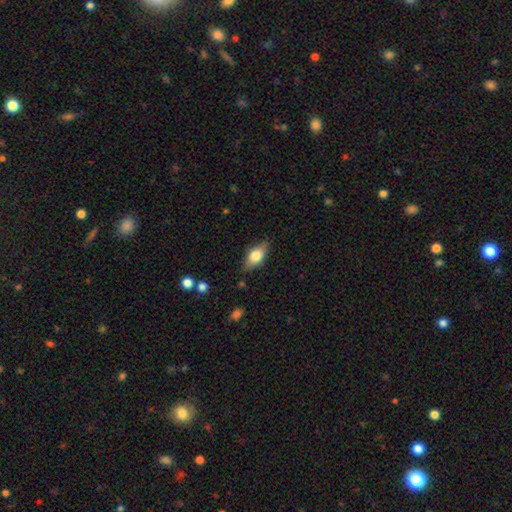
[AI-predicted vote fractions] smooth-or-featured: smooth: 70% | featured or disk: 23% | star or artifact: 7%
  how-rounded: in between: 85% | cigar-shaped: 9% | round: 6%
  merging: none: 80% | minor disturbance: 15% | major disturbance: 3% | merger: 2%